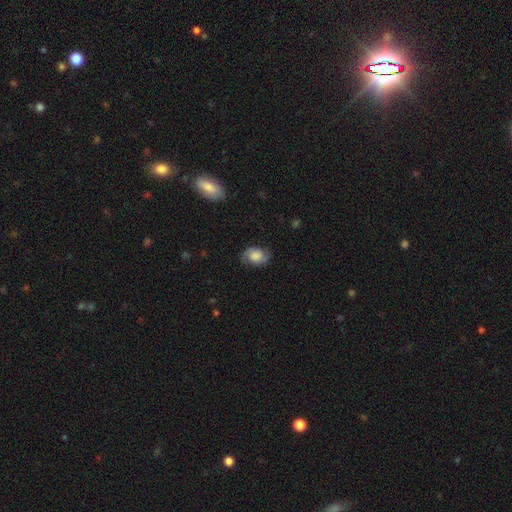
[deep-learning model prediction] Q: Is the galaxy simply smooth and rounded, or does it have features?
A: smooth — 51%.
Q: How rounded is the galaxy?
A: in between — 71%.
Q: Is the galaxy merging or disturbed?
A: none — 71%.